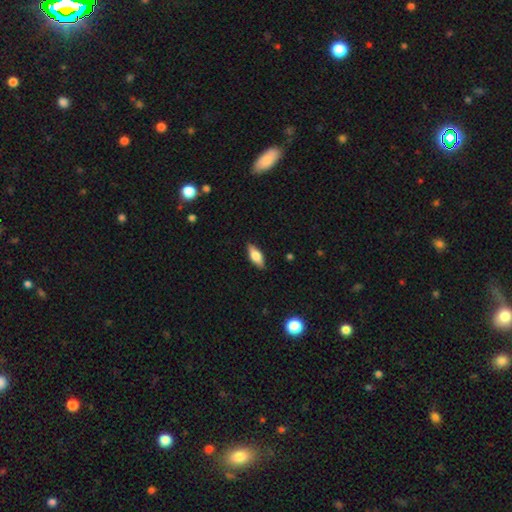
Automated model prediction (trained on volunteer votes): A smooth galaxy with no disk features (69%) that is in between round and cigar-shaped (76%).

Vote fractions:
- Smooth or featured? smooth: 69% / featured or disk: 24% / star or artifact: 7%
- How rounded? in between: 76% / cigar-shaped: 21% / round: 3%
- Merging? none: 88% / minor disturbance: 9% / major disturbance: 2% / merger: 1%